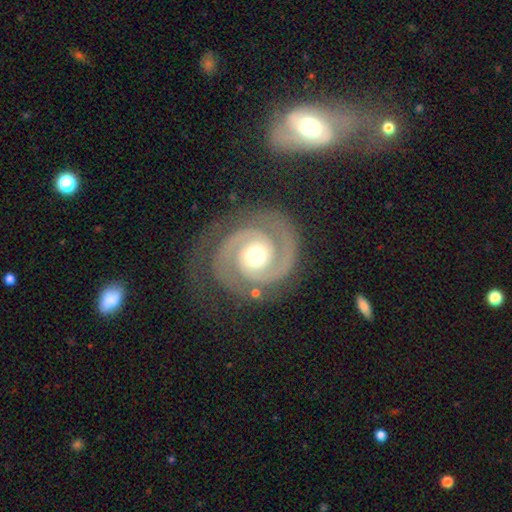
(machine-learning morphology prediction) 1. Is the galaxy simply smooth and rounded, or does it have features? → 93% featured or disk, 4% star or artifact, 3% smooth.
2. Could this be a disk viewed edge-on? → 98% no, 2% yes.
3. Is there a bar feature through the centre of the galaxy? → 71% no, 20% weak, 8% strong.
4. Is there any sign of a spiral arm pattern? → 98% yes, 2% no.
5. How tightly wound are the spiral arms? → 65% tight, 30% medium, 4% loose.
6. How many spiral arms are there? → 93% 2, 2% can't tell, 2% 3, 1% 1, 1% 4, 1% more than 4.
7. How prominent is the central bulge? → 71% moderate, 15% large, 11% small, 2% dominant, 1% none.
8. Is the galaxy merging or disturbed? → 82% none, 11% minor disturbance, 6% major disturbance, 2% merger.